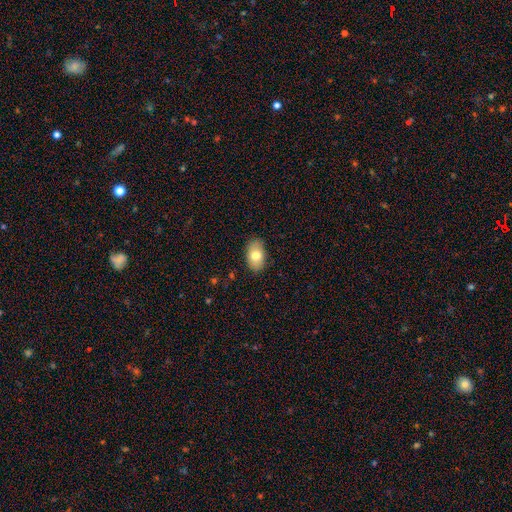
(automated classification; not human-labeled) Overall: smooth (77%). How rounded: in between (91%). Merging: none (85%).